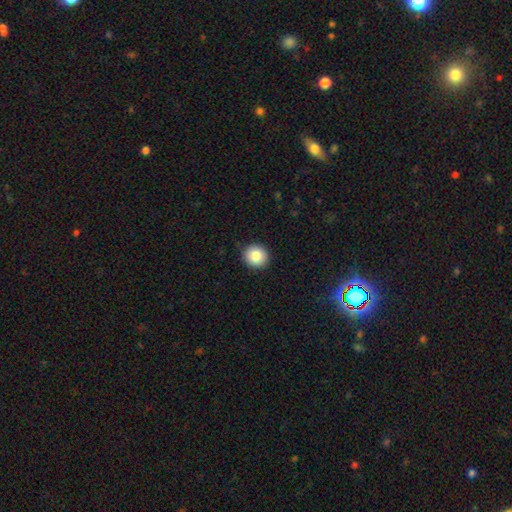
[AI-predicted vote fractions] smooth 84%, star or artifact 9%, featured or disk 7%. Down the decision tree: how rounded — round (91%); merging — none (91%).